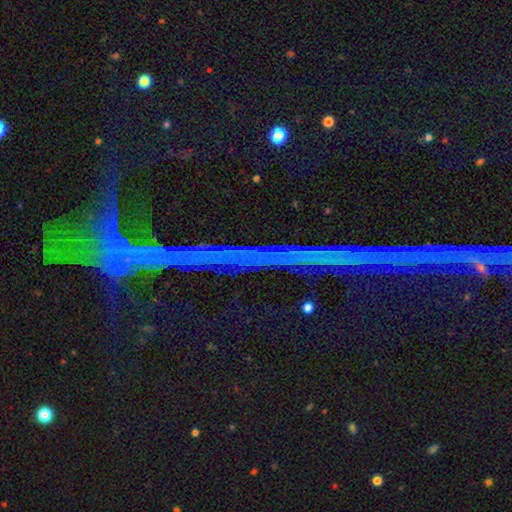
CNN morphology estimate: A star or artifact, not a galaxy (84%).